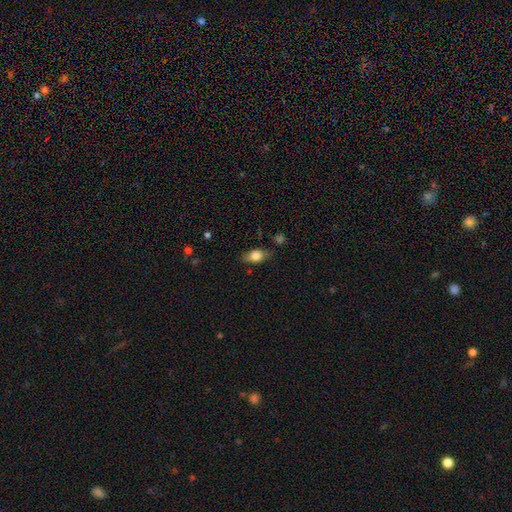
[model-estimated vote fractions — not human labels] A smooth galaxy with no disk features (75%) that is in between round and cigar-shaped (83%). Merging: none (77%).